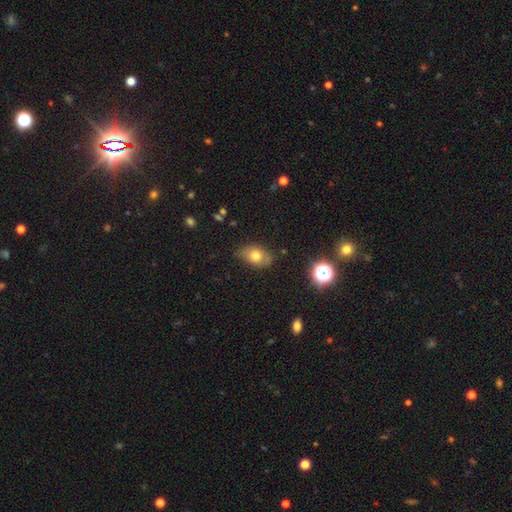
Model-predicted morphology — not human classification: smooth_or_featured: smooth (p=0.72) [alt: featured or disk p=0.16]
how_rounded: in between (p=0.80) [alt: round p=0.18]
merging: none (p=0.77) [alt: minor disturbance p=0.18]